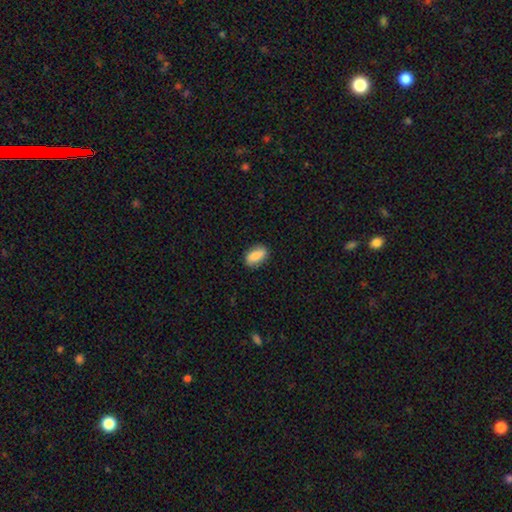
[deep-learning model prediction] smooth_or_featured: smooth (p=0.81) [alt: featured or disk p=0.12]
how_rounded: in between (p=0.88) [alt: cigar-shaped p=0.07]
merging: none (p=0.85) [alt: minor disturbance p=0.11]